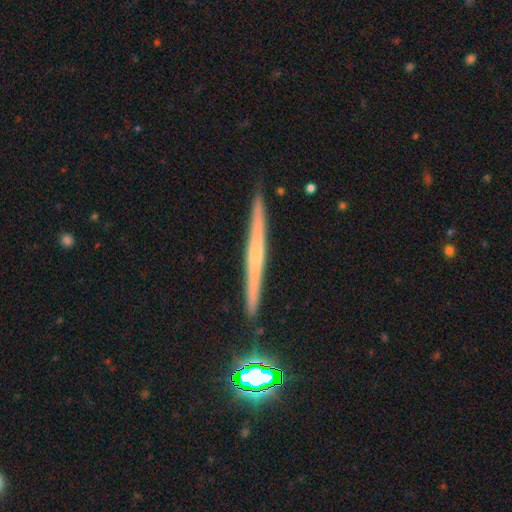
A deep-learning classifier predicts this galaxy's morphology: Smooth or featured? featured or disk (57%)
Edge-on disk? yes (97%)
Edge-on bulge? none (74%)
Merging? none (91%)